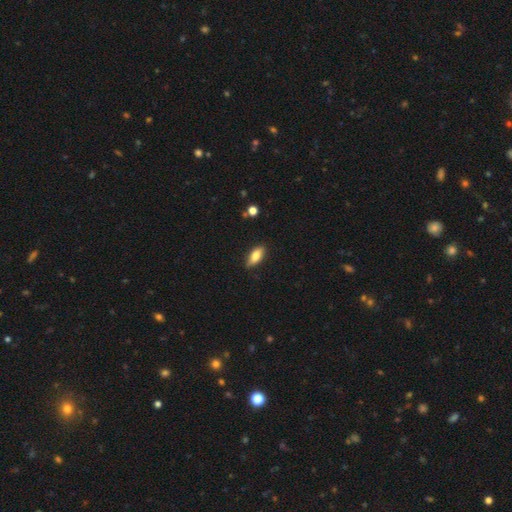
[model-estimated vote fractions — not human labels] smooth_or_featured: smooth (p=0.79) [alt: featured or disk p=0.15]
how_rounded: in between (p=0.79) [alt: cigar-shaped p=0.18]
merging: none (p=0.83) [alt: minor disturbance p=0.13]